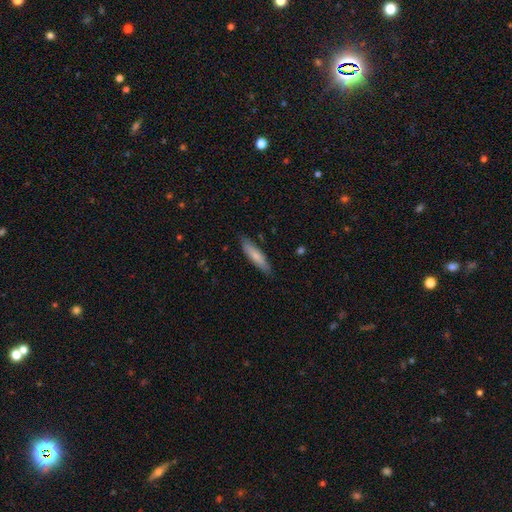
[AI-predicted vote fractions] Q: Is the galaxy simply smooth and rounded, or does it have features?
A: smooth — 75%.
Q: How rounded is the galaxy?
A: cigar-shaped — 77%.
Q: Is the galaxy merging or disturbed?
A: none — 84%.